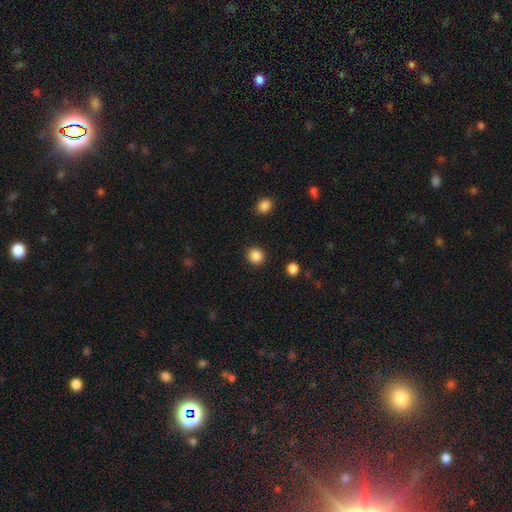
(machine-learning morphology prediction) smooth 87%, star or artifact 10%, featured or disk 3%. Down the decision tree: how rounded — round (92%); merging — none (92%).